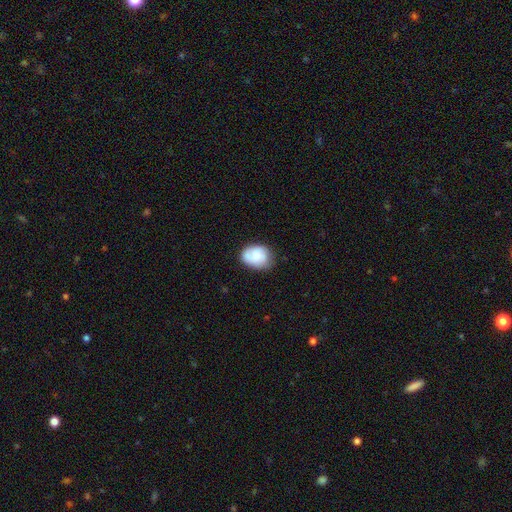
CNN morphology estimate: smooth-or-featured: smooth: 71% | featured or disk: 22% | star or artifact: 7%
  how-rounded: in between: 61% | round: 38% | cigar-shaped: 1%
  merging: none: 68% | minor disturbance: 24% | major disturbance: 6% | merger: 2%